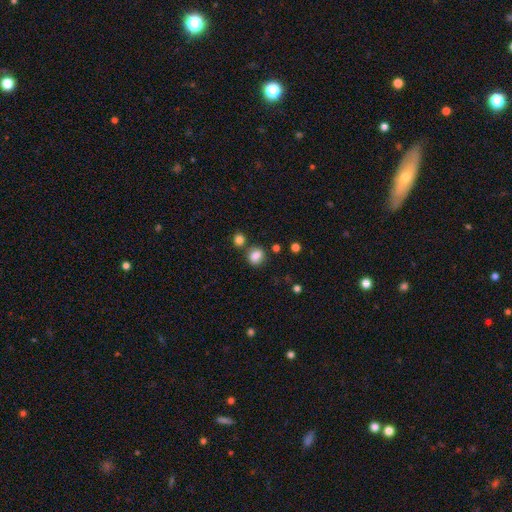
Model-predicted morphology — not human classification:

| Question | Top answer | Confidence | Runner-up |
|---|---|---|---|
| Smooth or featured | smooth | 84% | star or artifact (11%) |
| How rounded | round | 56% | in between (43%) |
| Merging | none | 70% | merger (13%) |